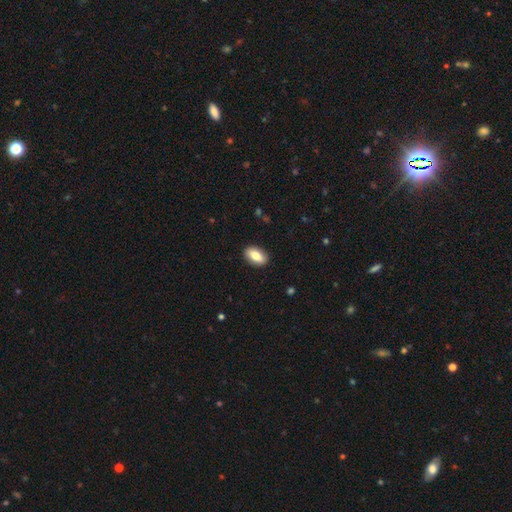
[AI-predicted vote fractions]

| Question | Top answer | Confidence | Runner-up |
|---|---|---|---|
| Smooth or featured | smooth | 77% | featured or disk (17%) |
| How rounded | in between | 91% | round (6%) |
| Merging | none | 89% | minor disturbance (8%) |